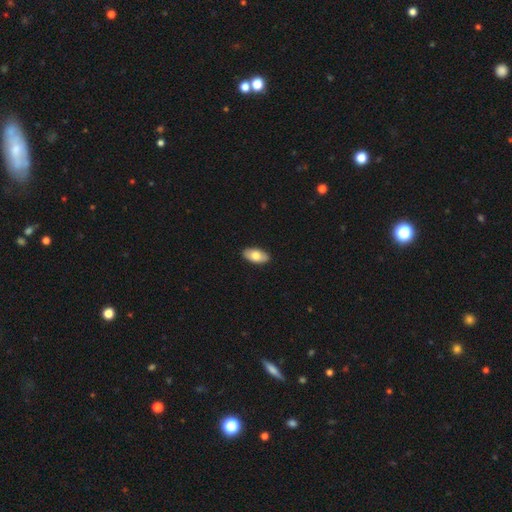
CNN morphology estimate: smooth_or_featured: smooth (p=0.75) [alt: featured or disk p=0.20]
how_rounded: in between (p=0.94) [alt: cigar-shaped p=0.03]
merging: none (p=0.90) [alt: minor disturbance p=0.07]